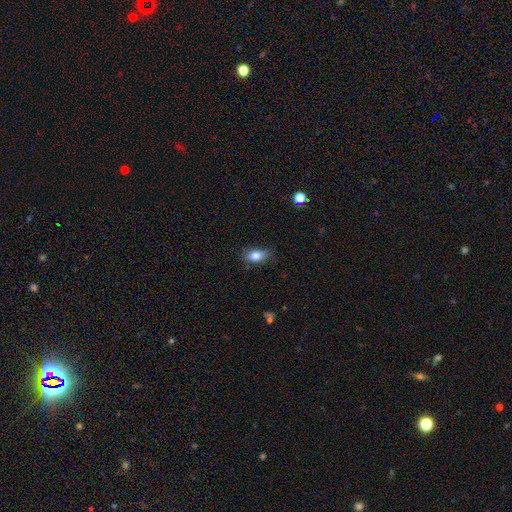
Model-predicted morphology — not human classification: This appears to be a smooth galaxy with no disk features (82%) that is in between round and cigar-shaped (85%). Merging: none (76%).